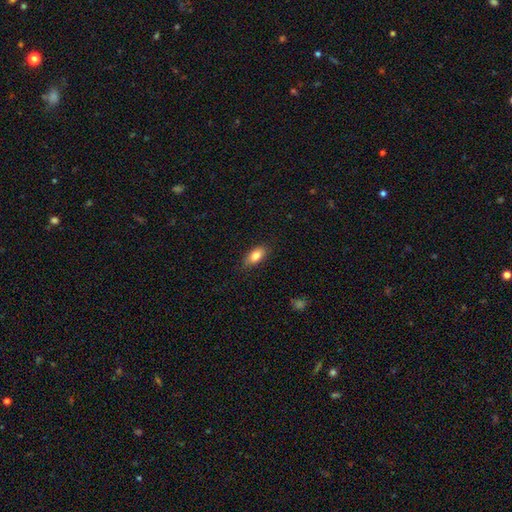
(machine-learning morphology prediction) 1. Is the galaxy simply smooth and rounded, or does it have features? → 83% smooth, 9% featured or disk, 7% star or artifact.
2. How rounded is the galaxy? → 88% in between, 7% cigar-shaped, 4% round.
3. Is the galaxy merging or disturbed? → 83% none, 14% minor disturbance, 3% major disturbance, 1% merger.